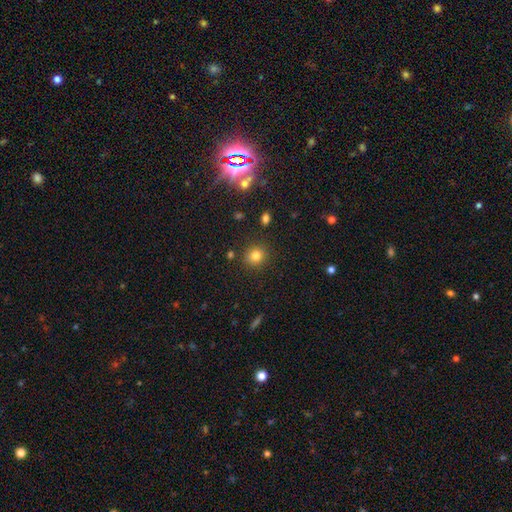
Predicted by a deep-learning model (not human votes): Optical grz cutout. It shows a smooth galaxy with no disk features (80%) that is round (85%). Merging: none (87%).